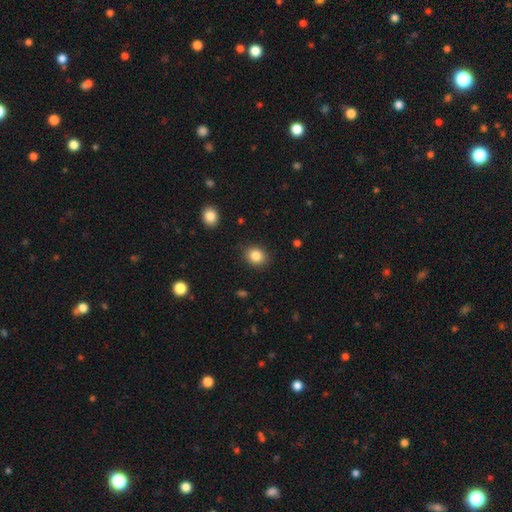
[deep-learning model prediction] Overall: smooth (85%). How rounded: round (63%; in between 36%). Merging: none (88%).